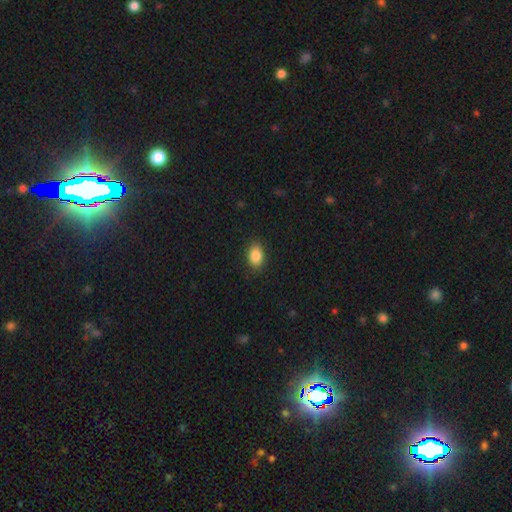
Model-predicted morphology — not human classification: A smooth galaxy with no disk features (85%) that is in between round and cigar-shaped (80%).

Vote fractions:
- Smooth or featured? smooth: 85% / star or artifact: 9% / featured or disk: 6%
- How rounded? in between: 80% / round: 18% / cigar-shaped: 1%
- Merging? none: 88% / minor disturbance: 9% / major disturbance: 2% / merger: 1%